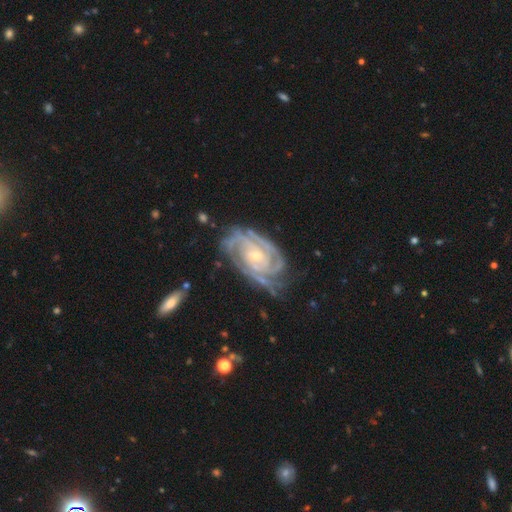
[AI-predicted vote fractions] smooth_or_featured: featured or disk (p=0.92) [alt: star or artifact p=0.04]
disk_edge_on: no (p=0.97) [alt: yes p=0.03]
bar: no (p=0.62) [alt: weak p=0.27]
has_spiral_arms: yes (p=0.98) [alt: no p=0.02]
spiral_winding: tight (p=0.76) [alt: medium p=0.21]
spiral_arm_count: 3 (p=0.30) [alt: 4 p=0.22]
bulge_size: small (p=0.71) [alt: moderate p=0.26]
merging: none (p=0.67) [alt: minor disturbance p=0.23]